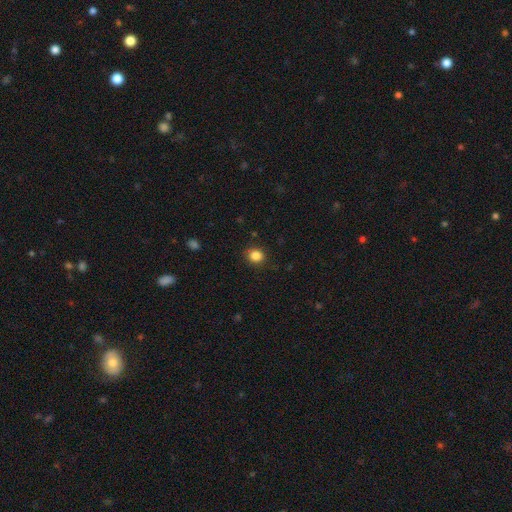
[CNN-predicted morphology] Smooth or featured: smooth — 85% (star or artifact — 11%)
How rounded: round — 73% (in between — 26%)
Merging: none — 87% (minor disturbance — 9%)